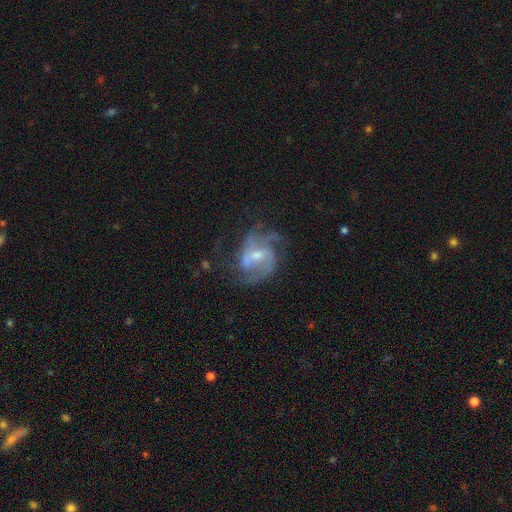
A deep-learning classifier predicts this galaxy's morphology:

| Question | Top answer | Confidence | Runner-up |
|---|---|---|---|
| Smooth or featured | featured or disk | 84% | smooth (9%) |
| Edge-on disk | no | 97% | yes (3%) |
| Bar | weak | 50% | no (30%) |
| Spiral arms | yes | 93% | no (7%) |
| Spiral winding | medium | 50% | tight (26%) |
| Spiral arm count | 2 | 39% | 3 (28%) |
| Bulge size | small | 48% | moderate (46%) |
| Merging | none | 59% | minor disturbance (20%) |